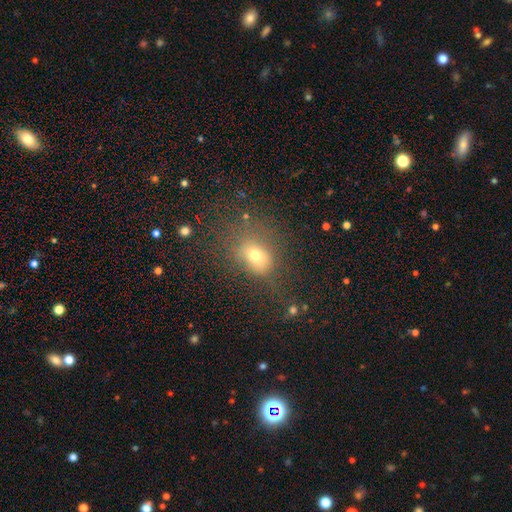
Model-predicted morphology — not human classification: smooth 67%, star or artifact 19%, featured or disk 14%. Down the decision tree: how rounded — in between (55%); merging — none (58%).